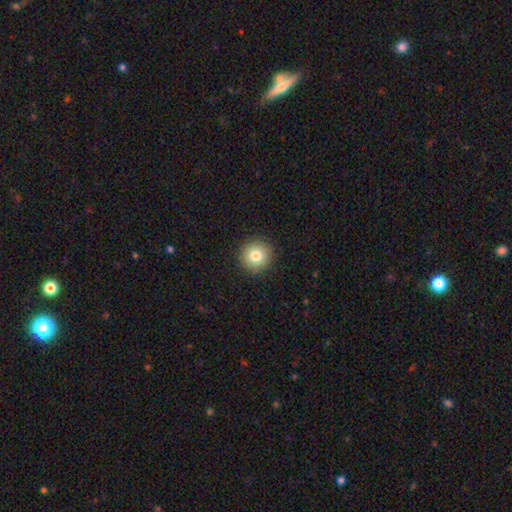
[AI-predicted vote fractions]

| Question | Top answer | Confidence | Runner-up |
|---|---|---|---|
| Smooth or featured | smooth | 80% | star or artifact (11%) |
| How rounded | round | 95% | in between (4%) |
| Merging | none | 92% | minor disturbance (6%) |